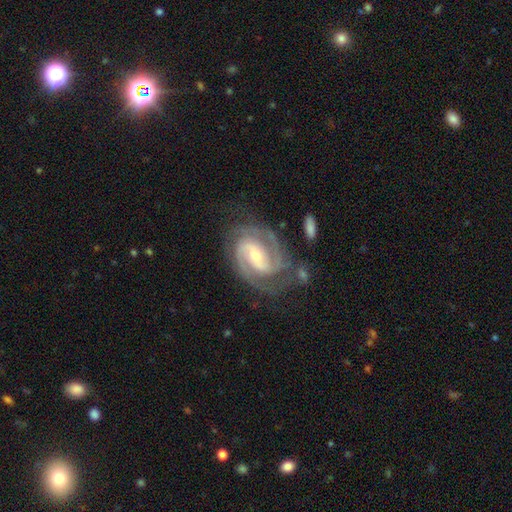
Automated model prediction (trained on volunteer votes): featured or disk 92%, star or artifact 4%, smooth 4%. Down the decision tree: edge-on disk — no (97%); bar — weak (42%); spiral arms — yes (98%); spiral arm count — 2 (75%); spiral winding — tight (52%); bulge size — small (51%); merging — none (69%).